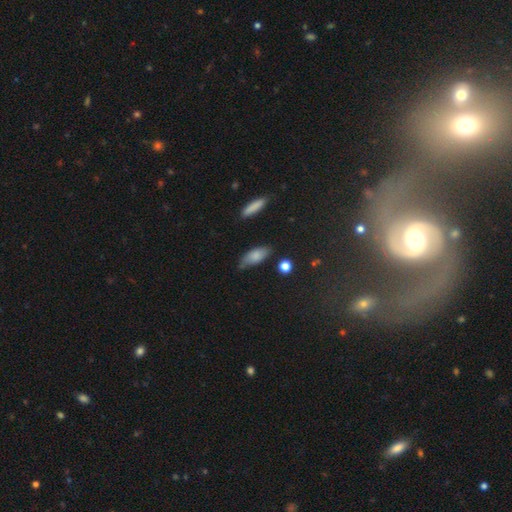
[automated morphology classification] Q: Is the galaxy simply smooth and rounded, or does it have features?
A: smooth — 80%.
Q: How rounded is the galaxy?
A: in between — 77%.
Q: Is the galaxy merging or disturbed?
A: none — 62%.